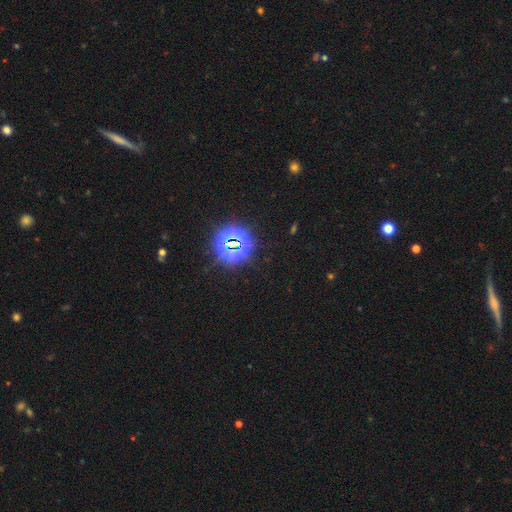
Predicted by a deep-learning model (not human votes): Smooth or featured?
  - star or artifact: 81% *
  - smooth: 13%
  - featured or disk: 7%